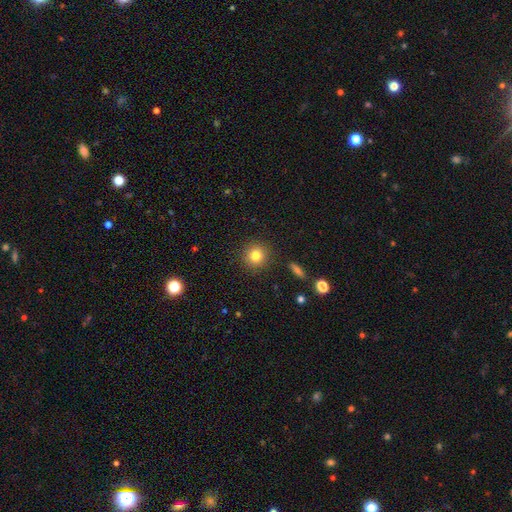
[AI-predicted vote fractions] A smooth galaxy with no disk features (82%) that is round (93%).

Vote fractions:
- Smooth or featured? smooth: 82% / star or artifact: 11% / featured or disk: 7%
- How rounded? round: 93% / in between: 6% / cigar-shaped: 1%
- Merging? none: 91% / minor disturbance: 6% / major disturbance: 2% / merger: 1%